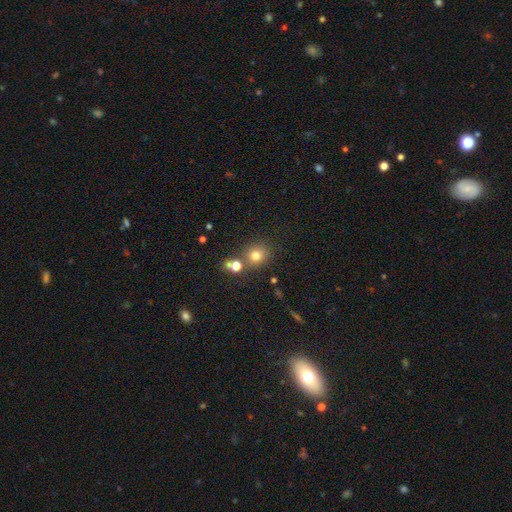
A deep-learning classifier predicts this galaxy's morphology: smooth-or-featured: smooth: 74% | star or artifact: 17% | featured or disk: 9%
  how-rounded: round: 82% | in between: 17% | cigar-shaped: 1%
  merging: none: 69% | merger: 17% | minor disturbance: 10% | major disturbance: 4%